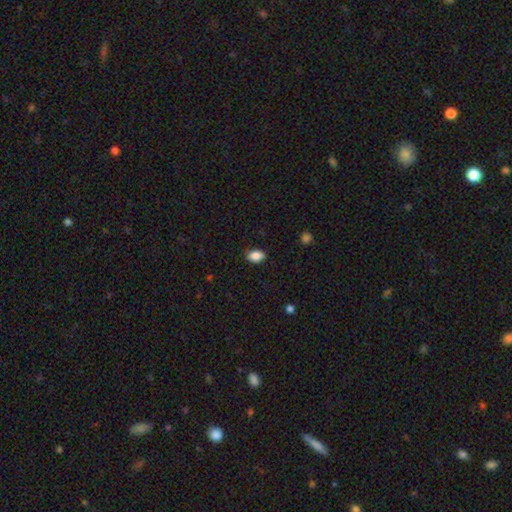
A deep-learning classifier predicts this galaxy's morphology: A smooth galaxy with no disk features (88%) that is in between round and cigar-shaped (83%).

Vote fractions:
- Smooth or featured? smooth: 88% / star or artifact: 8% / featured or disk: 4%
- How rounded? in between: 83% / round: 16% / cigar-shaped: 1%
- Merging? none: 86% / minor disturbance: 11% / major disturbance: 2% / merger: 1%